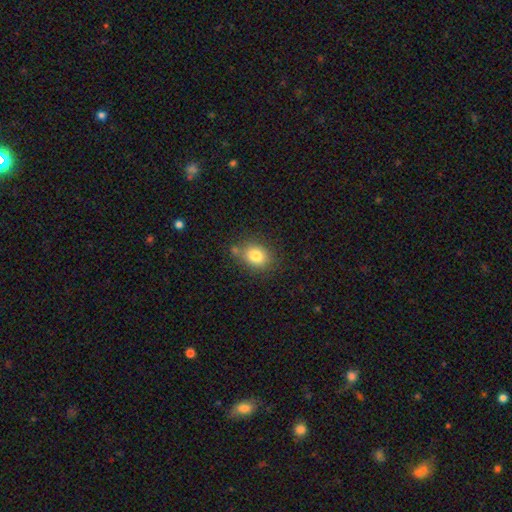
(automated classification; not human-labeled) Q: Smooth or featured?
A: smooth (81%); runner-up: star or artifact (11%)
Q: How rounded?
A: in between (52%); runner-up: round (47%)
Q: Merging?
A: none (73%); runner-up: minor disturbance (16%)